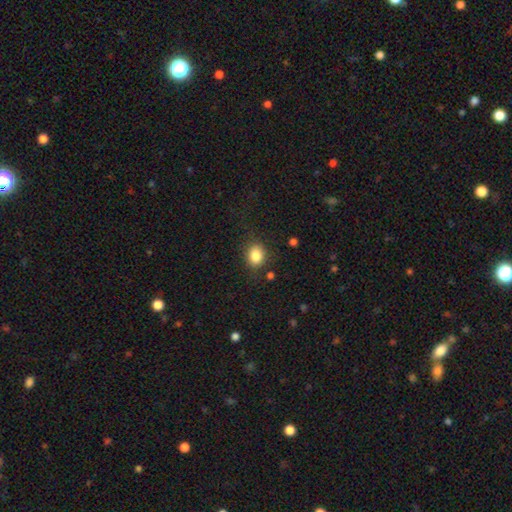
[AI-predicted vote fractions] smooth 84%, star or artifact 10%, featured or disk 6%. Down the decision tree: how rounded — round (57%); merging — none (80%).